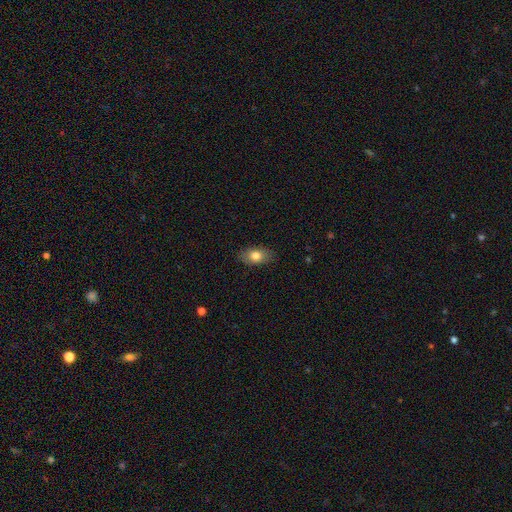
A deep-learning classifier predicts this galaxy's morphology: The model was most divided on "smooth or featured": smooth: 79%, featured or disk: 14%, star or artifact: 8%. More confident: how rounded — in between (88%); merging — none (86%).